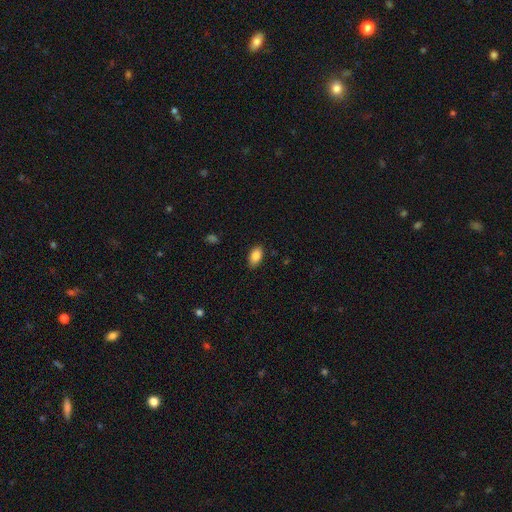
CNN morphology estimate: Smooth or featured?
  - smooth: 86% *
  - star or artifact: 7%
  - featured or disk: 6%
How rounded?
  - in between: 92% *
  - round: 6%
  - cigar-shaped: 2%
Merging?
  - none: 86% *
  - minor disturbance: 11%
  - major disturbance: 2%
  - merger: 1%